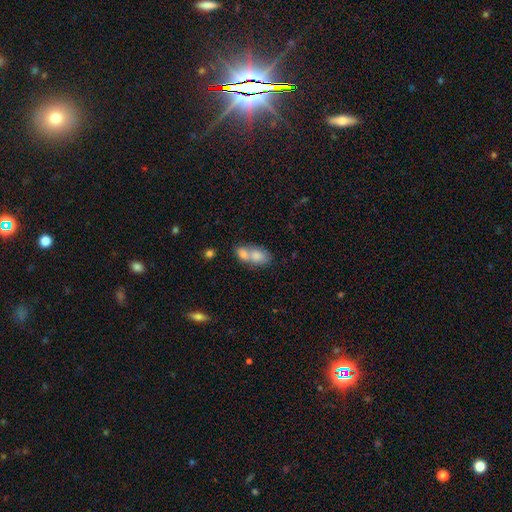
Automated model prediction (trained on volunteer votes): A smooth galaxy with no disk features (75%) that is in between round and cigar-shaped (80%). Merging: merger (65%).